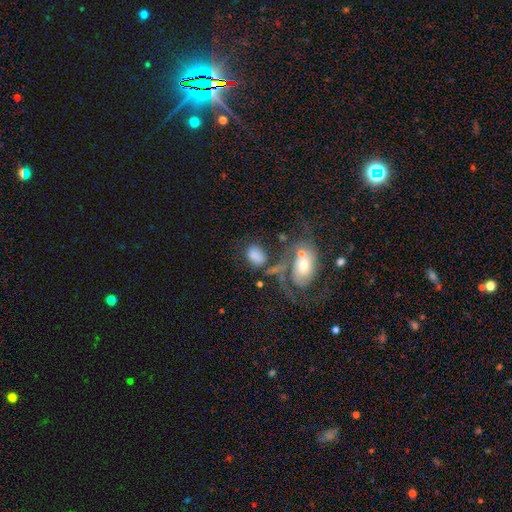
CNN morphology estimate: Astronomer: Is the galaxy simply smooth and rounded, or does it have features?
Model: smooth — 70%.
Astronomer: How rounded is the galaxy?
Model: in between — 81%.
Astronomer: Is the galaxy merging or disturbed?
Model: none — 37% (runner-up: merger, 29%).